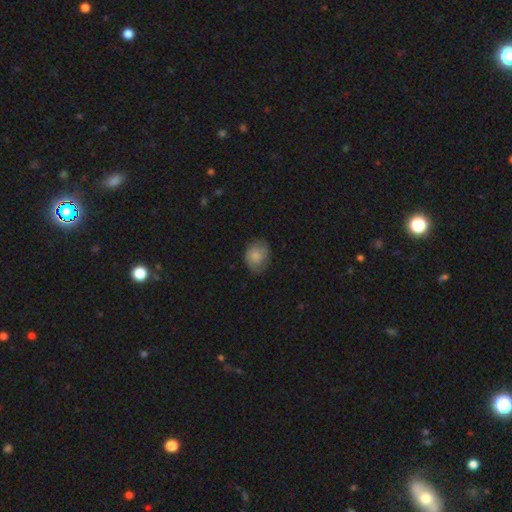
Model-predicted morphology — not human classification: The model was most divided on "how rounded": round: 54%, in between: 45%, cigar-shaped: 1%. More confident: smooth or featured — smooth (77%); merging — none (67%).